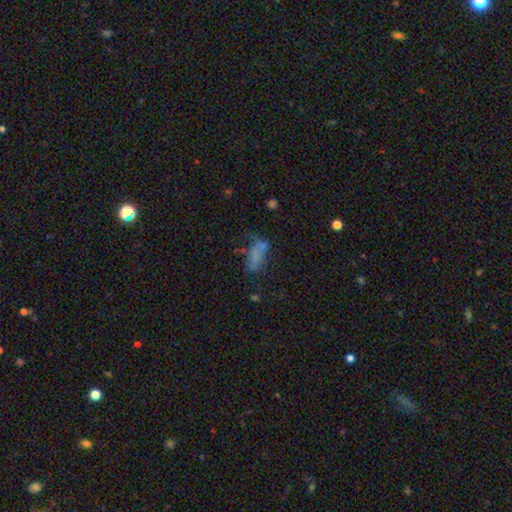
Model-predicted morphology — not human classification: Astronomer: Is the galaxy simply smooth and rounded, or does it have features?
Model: smooth — 62%.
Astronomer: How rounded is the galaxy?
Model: in between — 83%.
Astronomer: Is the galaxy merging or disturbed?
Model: none — 38% (runner-up: minor disturbance, 24%).